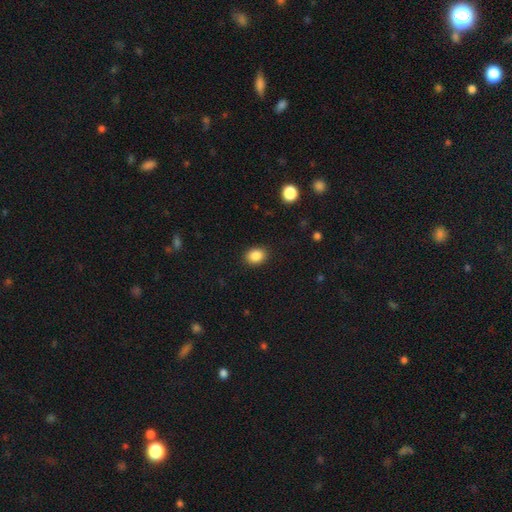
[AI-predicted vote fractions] Smooth or featured: smooth — 88% (star or artifact — 9%)
How rounded: in between — 53% (round — 46%)
Merging: none — 89% (minor disturbance — 7%)